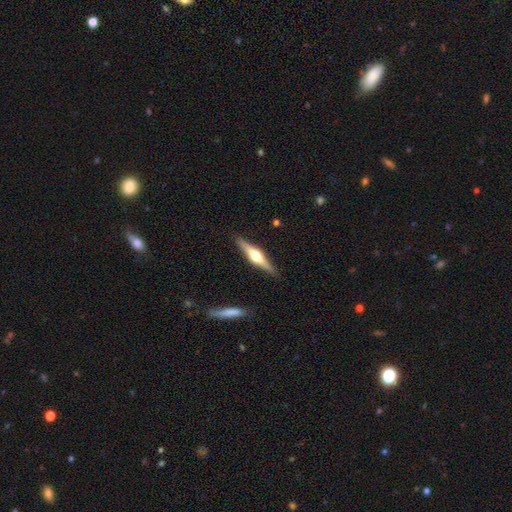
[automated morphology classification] smooth_or_featured: featured or disk (p=0.69) [alt: smooth p=0.25]
disk_edge_on: yes (p=0.97) [alt: no p=0.03]
edge_on_bulge: rounded (p=0.93) [alt: boxy p=0.05]
merging: none (p=0.89) [alt: minor disturbance p=0.08]